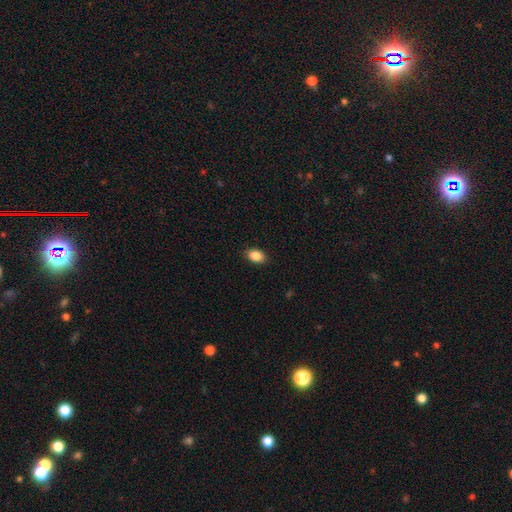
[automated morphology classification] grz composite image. It shows a smooth galaxy with no disk features (88%) that is in between round and cigar-shaped (86%). Merging: none (88%).